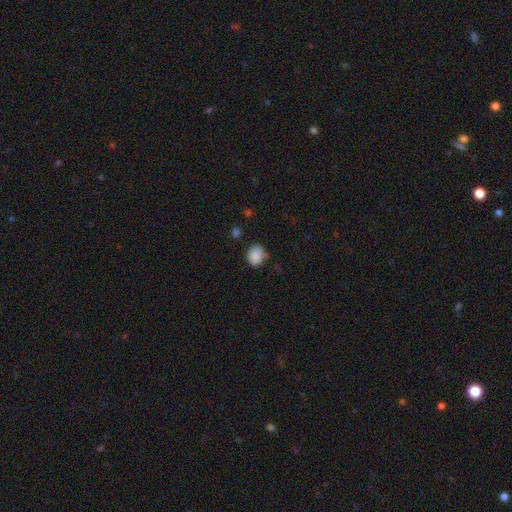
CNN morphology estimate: Smooth or featured? Predicted: smooth (p=0.87). How rounded? Predicted: round (p=0.55). Merging? Predicted: none (p=0.68).